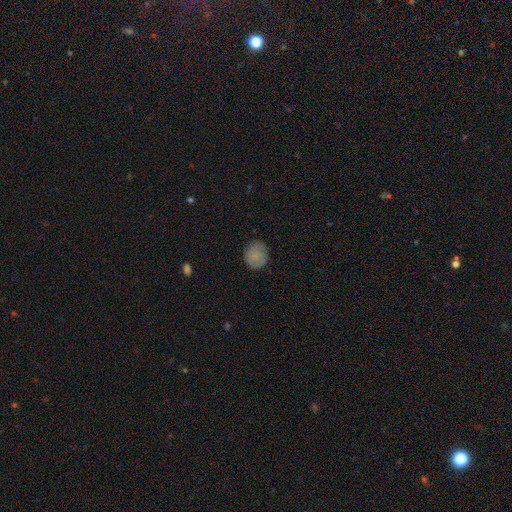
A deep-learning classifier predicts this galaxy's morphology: smooth 82%, featured or disk 9%, star or artifact 9%. Down the decision tree: how rounded — round (82%); merging — none (82%).